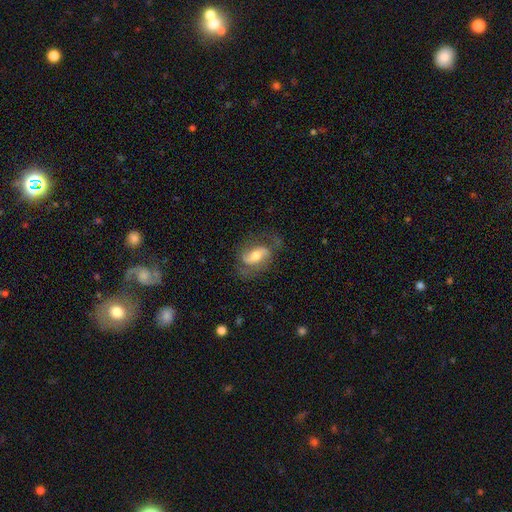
Volunteers were most divided on "bar": weak: 53%, no: 40%, strong: 7%. More confident: spiral arms — yes (100%); edge-on disk — no (97%); spiral arm count — 2 (87%); smooth or featured — featured or disk (79%); spiral winding — loose (70%); merging — none (61%); bulge size — moderate (60%).